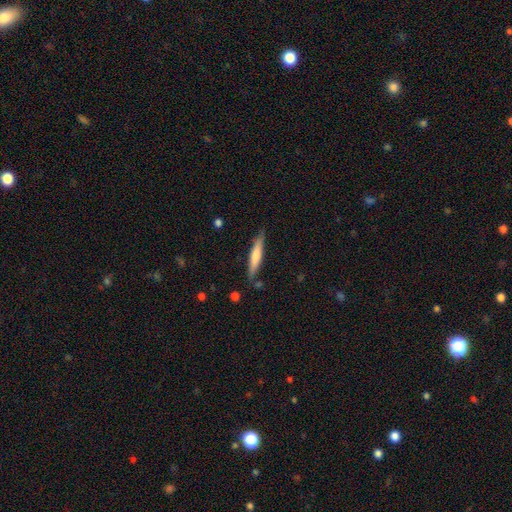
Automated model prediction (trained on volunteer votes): smooth-or-featured: smooth: 63% | featured or disk: 32% | star or artifact: 5%
  how-rounded: cigar-shaped: 90% | in between: 8% | round: 1%
  merging: none: 83% | minor disturbance: 13% | merger: 2% | major disturbance: 2%